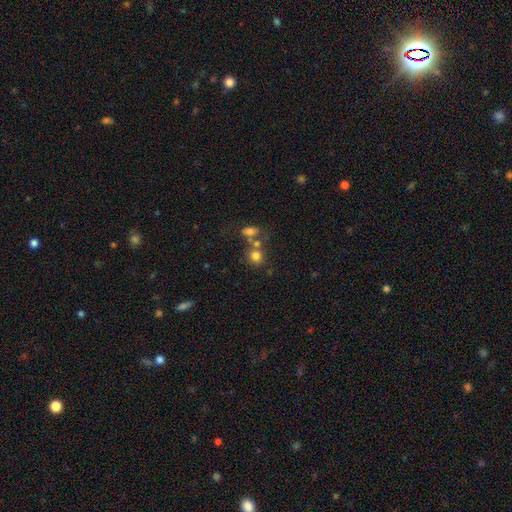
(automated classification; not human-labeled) A smooth galaxy with no disk features (77%) that is round (79%). Merging: none (52%).